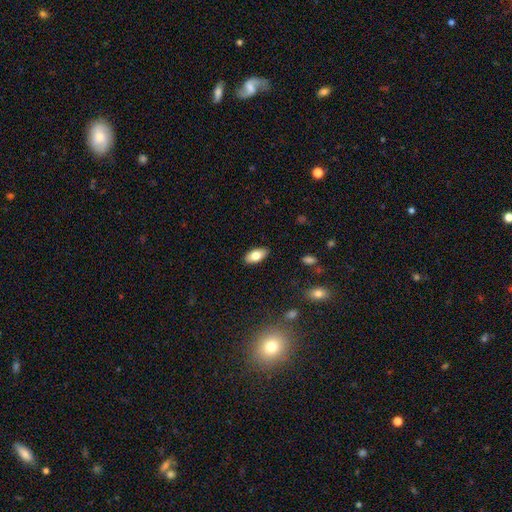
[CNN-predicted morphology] smooth 79%, featured or disk 14%, star or artifact 7%. Down the decision tree: how rounded — in between (92%); merging — none (88%).